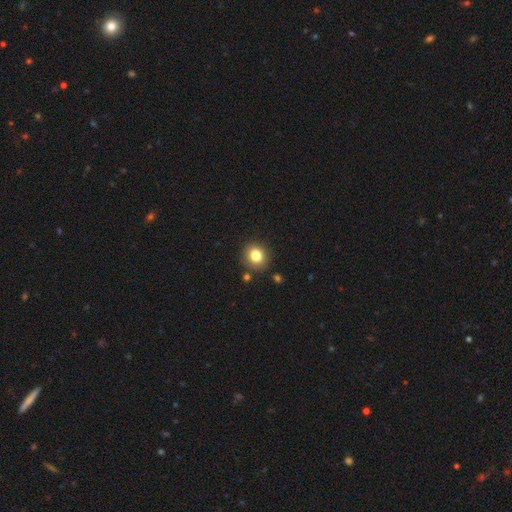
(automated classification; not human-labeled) A smooth galaxy with no disk features (82%) that is round (77%).

Vote fractions:
- Smooth or featured? smooth: 82% / star or artifact: 11% / featured or disk: 8%
- How rounded? round: 77% / in between: 22% / cigar-shaped: 1%
- Merging? none: 86% / minor disturbance: 8% / merger: 3% / major disturbance: 2%